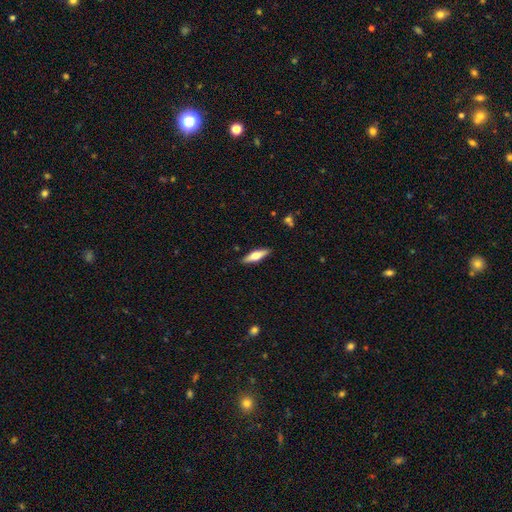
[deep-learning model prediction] Smooth or featured: smooth — 52% (featured or disk — 42%)
How rounded: cigar-shaped — 64% (in between — 34%)
Merging: none — 89% (minor disturbance — 8%)